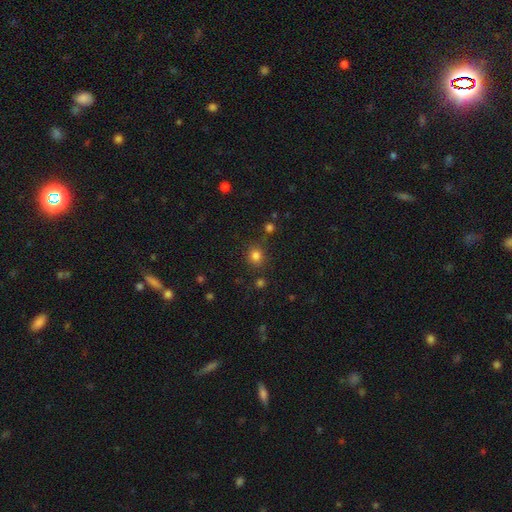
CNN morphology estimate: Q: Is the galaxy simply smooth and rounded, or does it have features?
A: smooth — 81%.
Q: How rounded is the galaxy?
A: round — 84%.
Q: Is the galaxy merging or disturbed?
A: none — 82%.